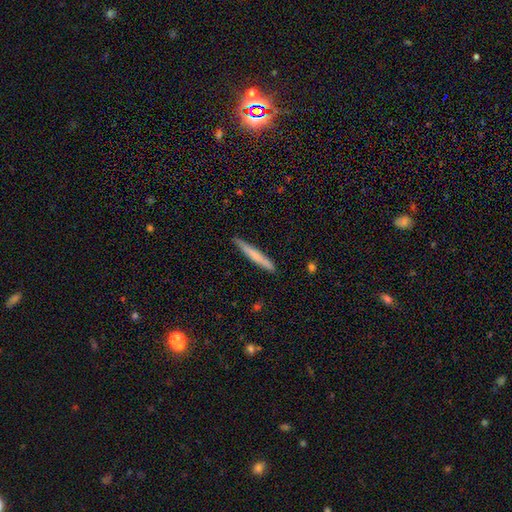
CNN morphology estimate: Smooth or featured?
  - smooth: 63% *
  - featured or disk: 31%
  - star or artifact: 6%
How rounded?
  - cigar-shaped: 96% *
  - in between: 3%
  - round: 1%
Merging?
  - none: 88% *
  - minor disturbance: 9%
  - major disturbance: 2%
  - merger: 1%